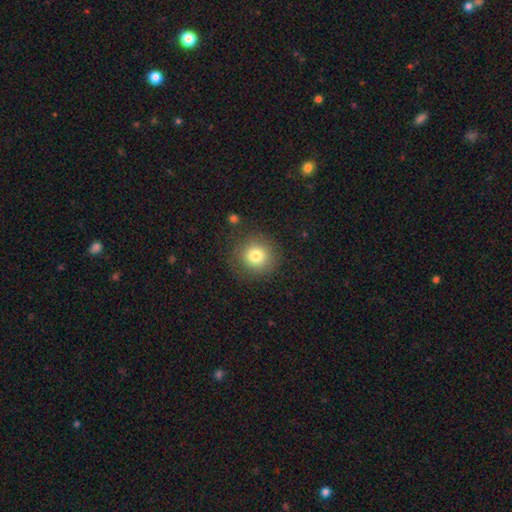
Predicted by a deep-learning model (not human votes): The model was most divided on "smooth or featured": smooth: 80%, star or artifact: 11%, featured or disk: 9%. More confident: how rounded — round (92%); merging — none (85%).